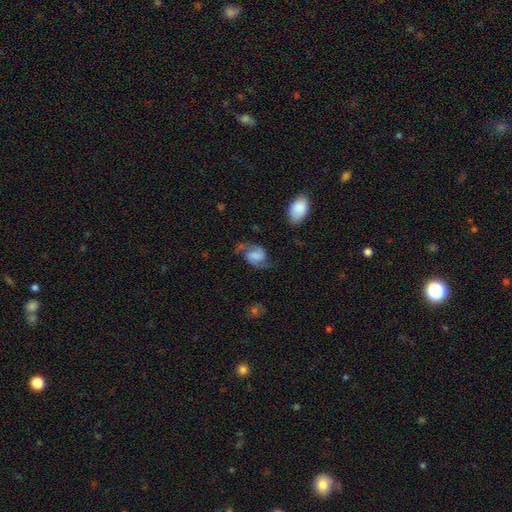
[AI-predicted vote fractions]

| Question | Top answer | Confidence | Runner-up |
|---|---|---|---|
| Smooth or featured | featured or disk | 74% | smooth (18%) |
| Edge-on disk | no | 97% | yes (3%) |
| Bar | weak | 44% | no (40%) |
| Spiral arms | yes | 94% | no (6%) |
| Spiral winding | medium | 49% | loose (37%) |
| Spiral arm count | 2 | 91% | can't tell (3%) |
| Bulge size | none | 28% | moderate (25%) |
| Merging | none | 63% | minor disturbance (21%) |